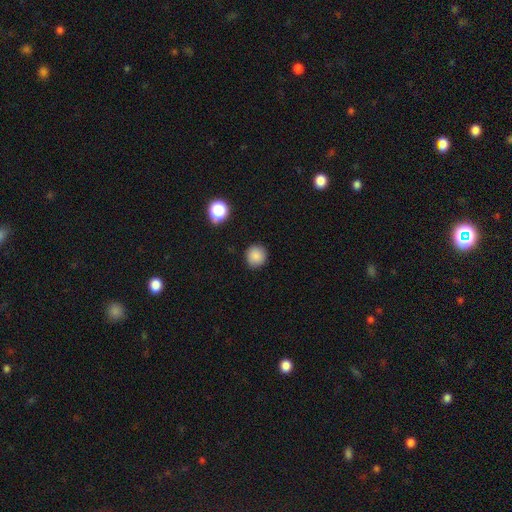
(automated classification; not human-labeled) This is clearly a smooth galaxy (86%). How rounded: clearly round (91%). Merging: clearly none (89%).